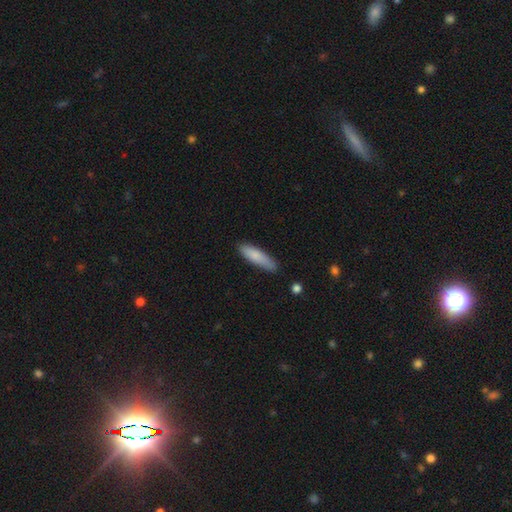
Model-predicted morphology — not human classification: Smooth or featured? smooth (82%)
How rounded? cigar-shaped (71%)
Merging? none (80%)